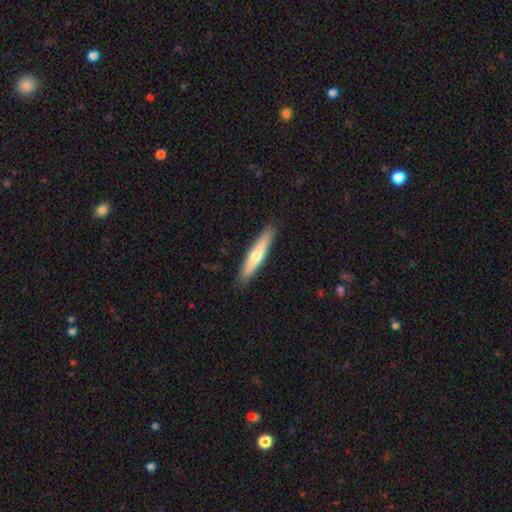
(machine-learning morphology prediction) smooth-or-featured: smooth: 57% | featured or disk: 38% | star or artifact: 5%
  how-rounded: cigar-shaped: 89% | in between: 10% | round: 1%
  merging: none: 90% | minor disturbance: 7% | major disturbance: 1% | merger: 1%